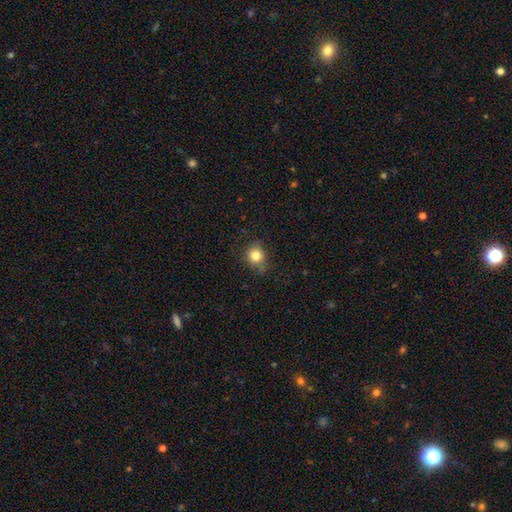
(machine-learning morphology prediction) Smooth or featured?
  - smooth: 82% *
  - star or artifact: 11%
  - featured or disk: 7%
How rounded?
  - round: 80% *
  - in between: 19%
  - cigar-shaped: 1%
Merging?
  - none: 73% *
  - minor disturbance: 21%
  - major disturbance: 5%
  - merger: 1%